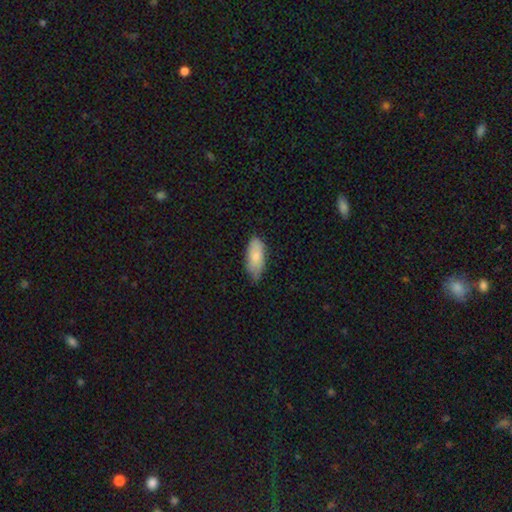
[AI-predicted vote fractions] smooth-or-featured: smooth: 82% | featured or disk: 12% | star or artifact: 6%
  how-rounded: in between: 87% | cigar-shaped: 11% | round: 2%
  merging: none: 61% | minor disturbance: 33% | major disturbance: 5% | merger: 1%